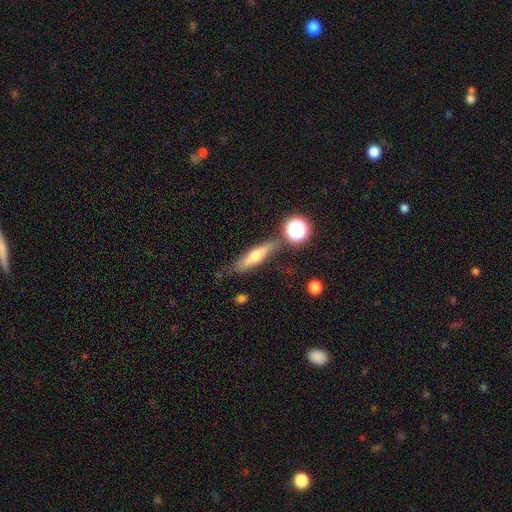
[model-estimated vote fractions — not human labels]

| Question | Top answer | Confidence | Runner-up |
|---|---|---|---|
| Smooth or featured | featured or disk | 47% | smooth (44%) |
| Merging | none | 74% | minor disturbance (15%) |